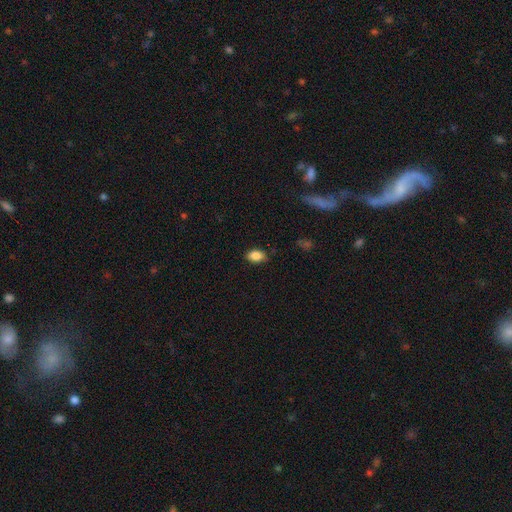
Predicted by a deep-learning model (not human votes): This is clearly a smooth galaxy (86%). How rounded: clearly in between (86%). Merging: clearly none (83%).